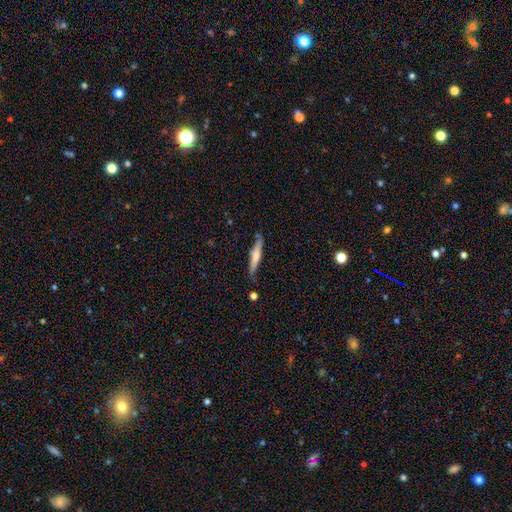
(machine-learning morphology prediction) smooth 50%, featured or disk 44%, star or artifact 6%. Down the decision tree: how rounded — cigar-shaped (90%); merging — none (78%).